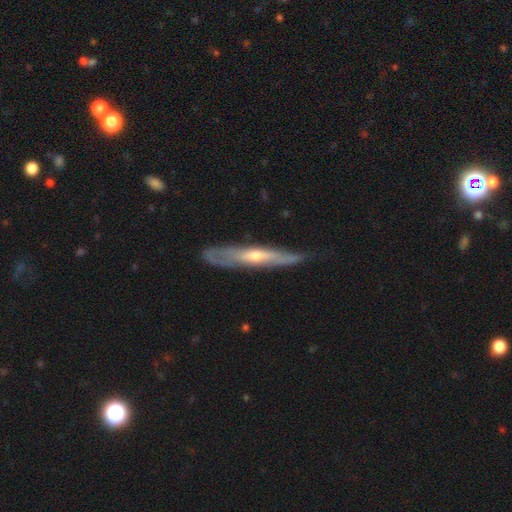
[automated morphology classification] Smooth or featured?
  - featured or disk: 70% *
  - smooth: 22%
  - star or artifact: 7%
Edge-on disk?
  - yes: 75% *
  - no: 25%
Edge-on bulge?
  - rounded: 67% *
  - none: 28%
  - boxy: 5%
Merging?
  - none: 72% *
  - minor disturbance: 22%
  - major disturbance: 5%
  - merger: 2%